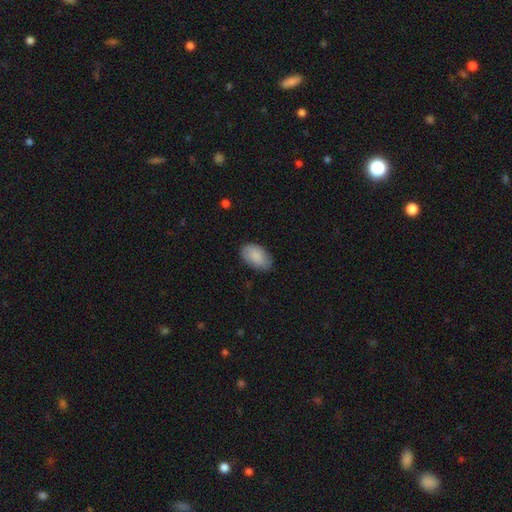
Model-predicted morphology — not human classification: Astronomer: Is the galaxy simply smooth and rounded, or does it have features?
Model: smooth — 87%.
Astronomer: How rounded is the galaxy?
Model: in between — 94%.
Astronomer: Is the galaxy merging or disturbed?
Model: none — 83%.